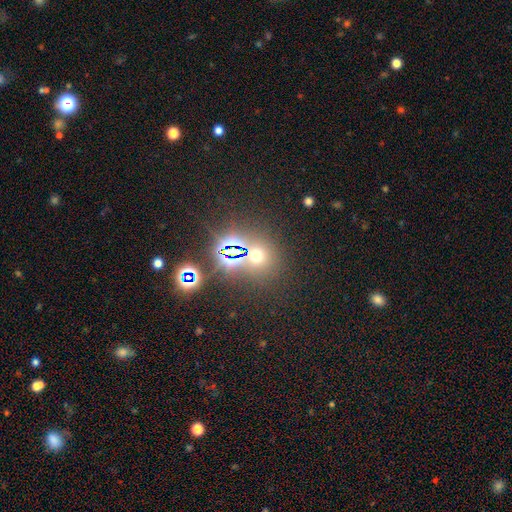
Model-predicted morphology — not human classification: Smooth or featured?
  - smooth: 47% *
  - star or artifact: 45%
  - featured or disk: 9%
Merging?
  - none: 76% *
  - merger: 10%
  - minor disturbance: 9%
  - major disturbance: 5%